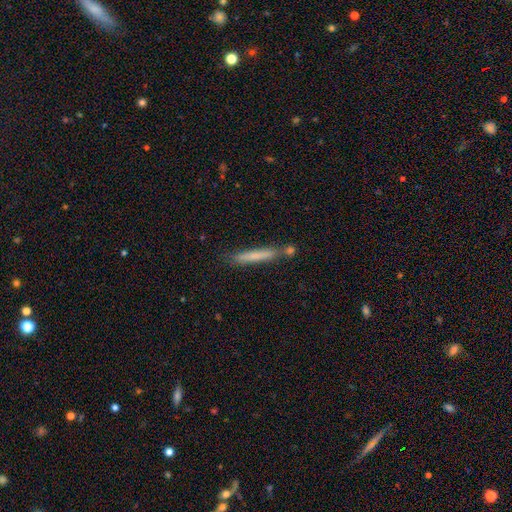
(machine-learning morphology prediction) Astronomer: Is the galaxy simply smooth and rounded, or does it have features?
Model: smooth — 68%.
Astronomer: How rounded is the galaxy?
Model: cigar-shaped — 95%.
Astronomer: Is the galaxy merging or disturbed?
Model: none — 74%.